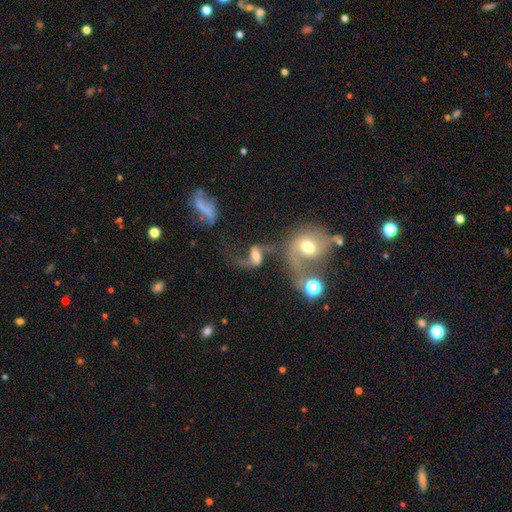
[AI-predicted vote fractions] The model was most divided on "merging": merger: 34%, none: 33%, major disturbance: 20%, minor disturbance: 13%. Remaining: edge-on disk — no (95%); spiral arms — yes (89%); spiral arm count — 2 (88%); spiral winding — loose (85%); smooth or featured — featured or disk (75%); bulge size — moderate (57%); bar — weak (40%).